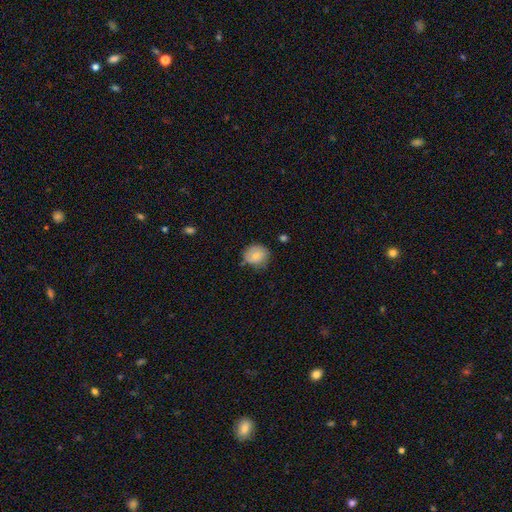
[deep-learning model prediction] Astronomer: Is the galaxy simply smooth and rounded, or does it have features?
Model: smooth — 75%.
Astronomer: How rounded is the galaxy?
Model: round — 76%.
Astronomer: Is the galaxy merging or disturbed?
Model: none — 63%.